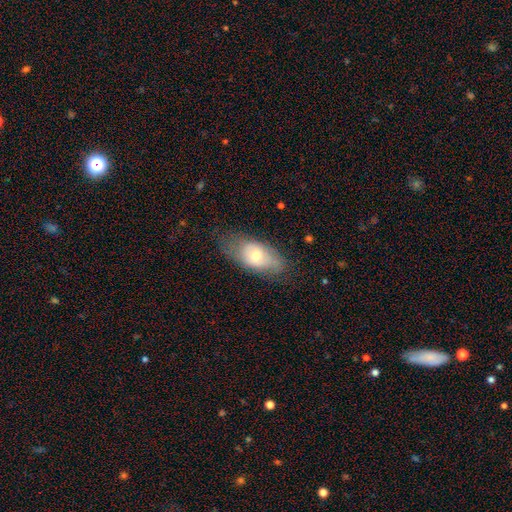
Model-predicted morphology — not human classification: This is possibly a smooth galaxy (57%). How rounded: clearly in between (88%). Merging: possibly none (60%).